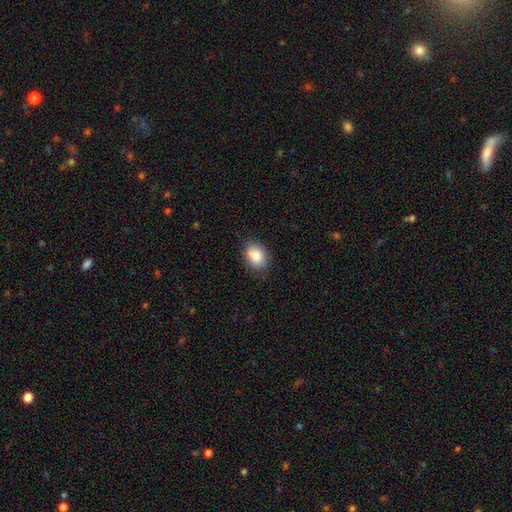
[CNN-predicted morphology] type=smooth (86%); roundness=in between (75%); merging=none (80%).